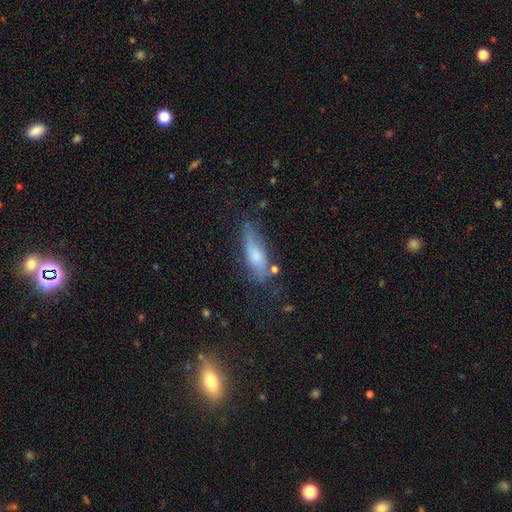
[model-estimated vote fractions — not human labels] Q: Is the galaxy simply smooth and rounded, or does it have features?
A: smooth — 59%.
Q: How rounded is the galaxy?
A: in between — 53%.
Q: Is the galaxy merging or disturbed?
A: none — 56%.